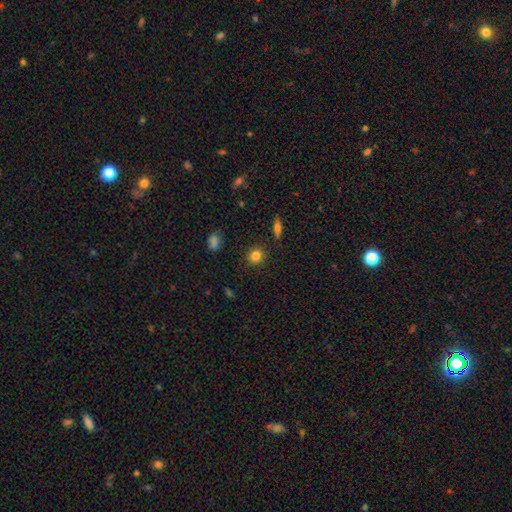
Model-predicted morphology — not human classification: A smooth galaxy with no disk features (83%) that is round (84%).

Vote fractions:
- Smooth or featured? smooth: 83% / star or artifact: 11% / featured or disk: 6%
- How rounded? round: 84% / in between: 15% / cigar-shaped: 1%
- Merging? none: 89% / minor disturbance: 7% / major disturbance: 2% / merger: 2%